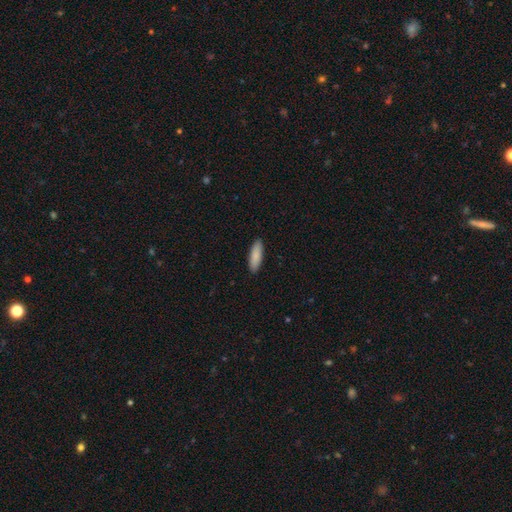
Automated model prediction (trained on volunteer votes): smooth-or-featured: smooth: 89% | featured or disk: 6% | star or artifact: 5%
  how-rounded: in between: 51% | cigar-shaped: 48% | round: 2%
  merging: none: 91% | minor disturbance: 7% | major disturbance: 1% | merger: 1%